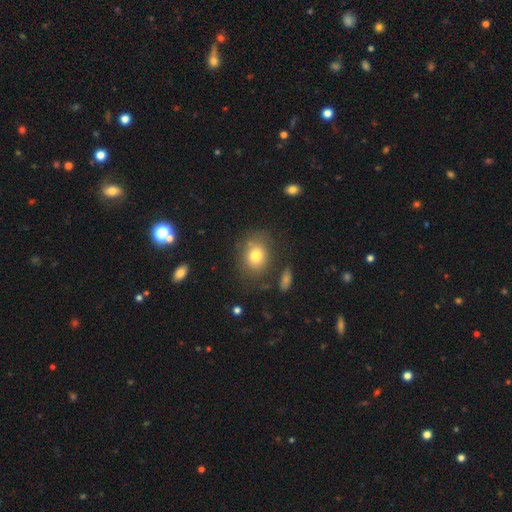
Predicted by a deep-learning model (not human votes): smooth-or-featured: smooth: 77% | featured or disk: 13% | star or artifact: 10%
  how-rounded: round: 50% | in between: 49% | cigar-shaped: 1%
  merging: none: 73% | minor disturbance: 16% | major disturbance: 7% | merger: 4%